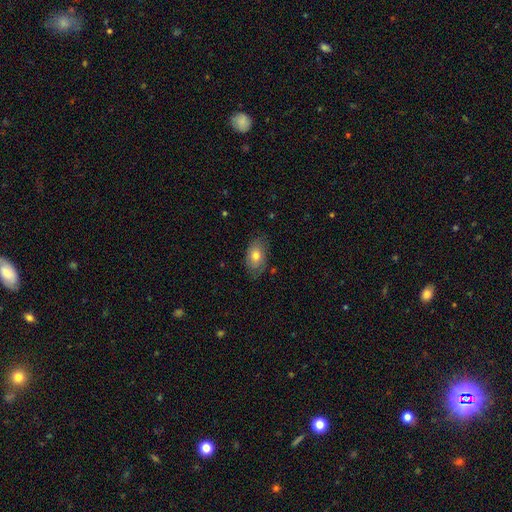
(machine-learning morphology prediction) The model was most divided on "smooth or featured": smooth: 66%, featured or disk: 27%, star or artifact: 7%. More confident: how rounded — in between (88%); merging — none (72%).